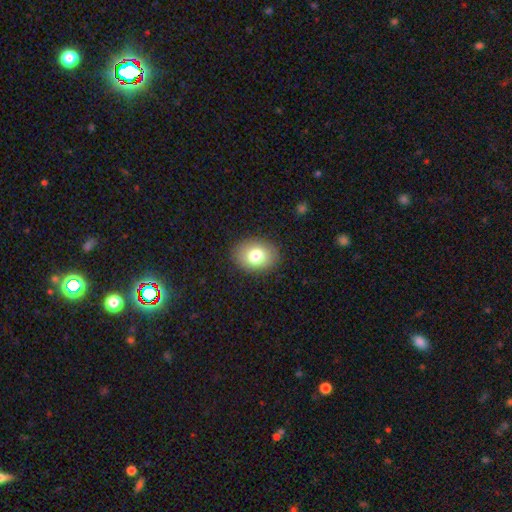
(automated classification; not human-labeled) Q: Smooth or featured?
A: smooth (78%); runner-up: featured or disk (13%)
Q: How rounded?
A: in between (69%); runner-up: round (30%)
Q: Merging?
A: none (88%); runner-up: minor disturbance (9%)